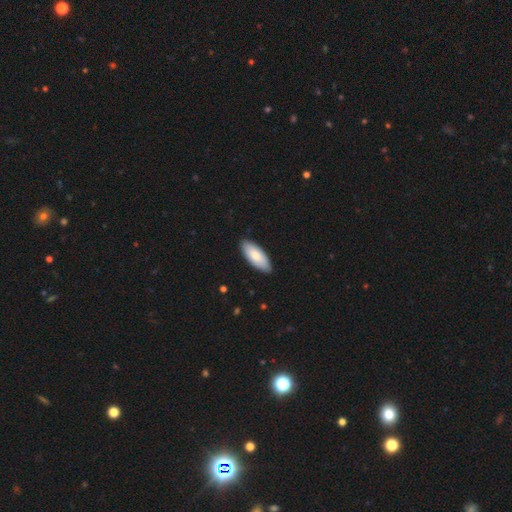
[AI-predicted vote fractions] Smooth or featured: smooth — 81% (featured or disk — 14%)
How rounded: in between — 84% (cigar-shaped — 14%)
Merging: none — 88% (minor disturbance — 10%)